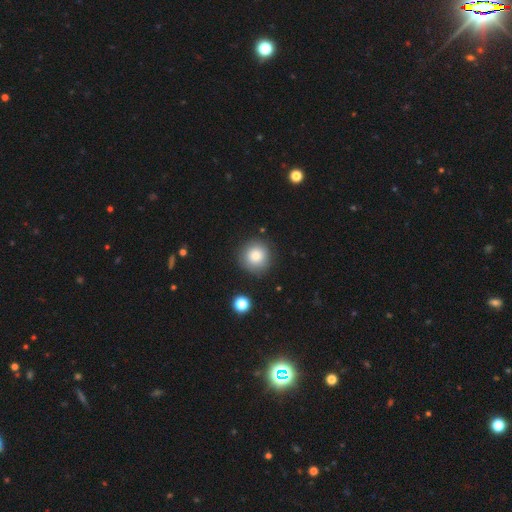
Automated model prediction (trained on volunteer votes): Smooth or featured: smooth — 81% (star or artifact — 10%)
How rounded: round — 94% (in between — 5%)
Merging: none — 87% (minor disturbance — 8%)